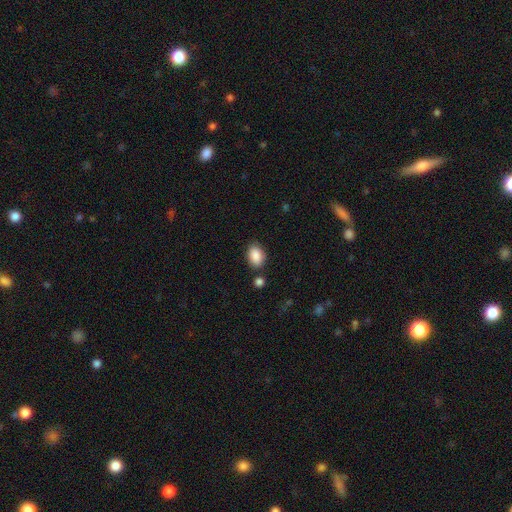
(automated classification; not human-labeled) Overall: smooth (89%). How rounded: in between (84%). Merging: none (78%).